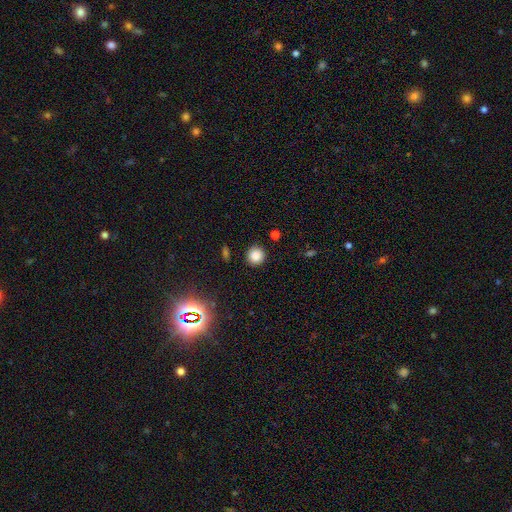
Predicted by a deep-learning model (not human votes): A smooth galaxy with no disk features (83%) that is round (93%).

Vote fractions:
- Smooth or featured? smooth: 83% / star or artifact: 12% / featured or disk: 4%
- How rounded? round: 93% / in between: 6% / cigar-shaped: 1%
- Merging? none: 90% / minor disturbance: 6% / major disturbance: 2% / merger: 2%